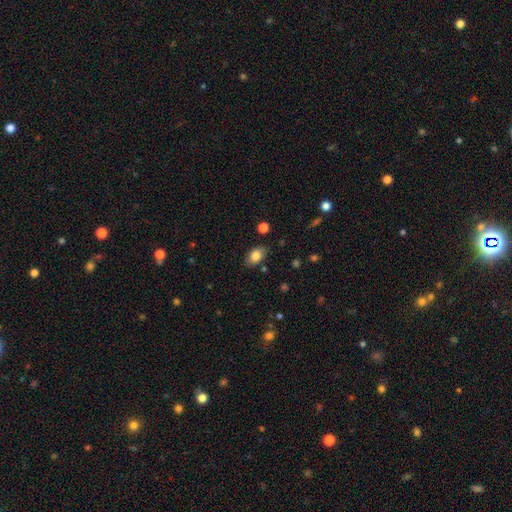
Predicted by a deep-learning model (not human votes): Q: Smooth or featured?
A: smooth (81%); runner-up: featured or disk (10%)
Q: How rounded?
A: in between (86%); runner-up: round (13%)
Q: Merging?
A: none (83%); runner-up: minor disturbance (13%)